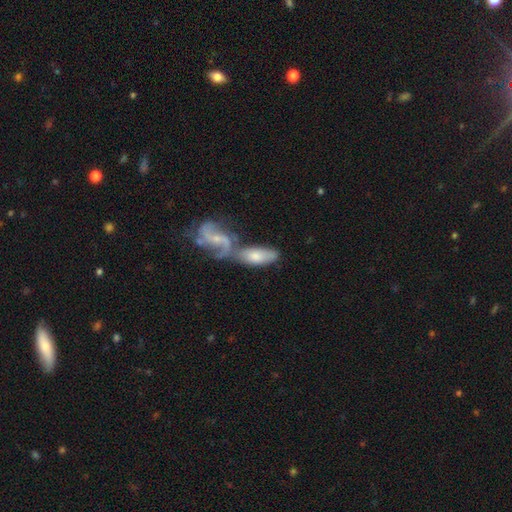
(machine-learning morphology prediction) Q: Smooth or featured?
A: featured or disk (53%); runner-up: smooth (40%)
Q: Edge-on disk?
A: no (87%); runner-up: yes (13%)
Q: Merging?
A: merger (58%); runner-up: none (25%)